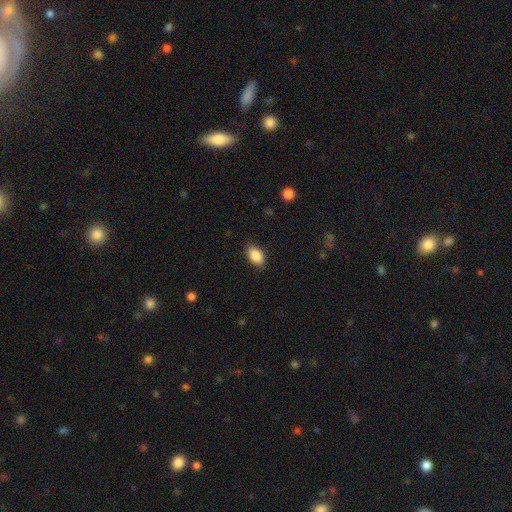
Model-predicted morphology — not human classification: This appears to be a smooth galaxy with no disk features (88%) that is in between round and cigar-shaped (91%). Merging: none (86%).